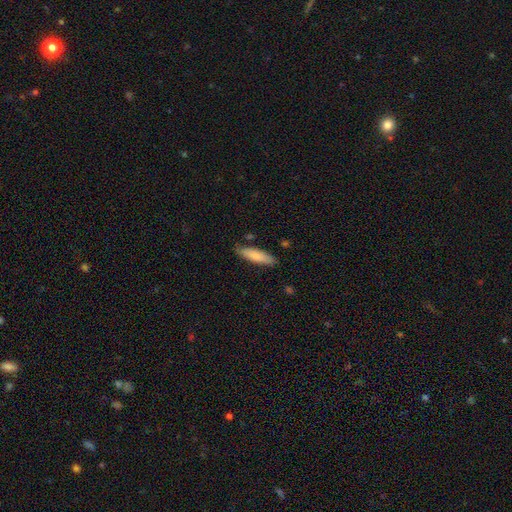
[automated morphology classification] Overall: smooth (83%). How rounded: cigar-shaped (67%; in between 32%). Merging: none (83%).